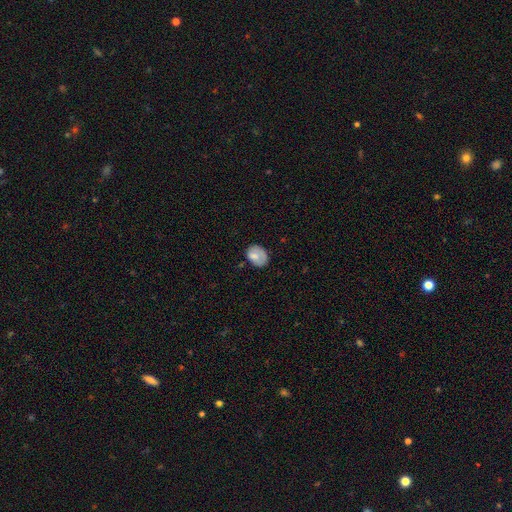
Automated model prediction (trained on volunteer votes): Q: Smooth or featured?
A: smooth (74%); runner-up: featured or disk (18%)
Q: How rounded?
A: in between (67%); runner-up: round (32%)
Q: Merging?
A: none (58%); runner-up: minor disturbance (29%)